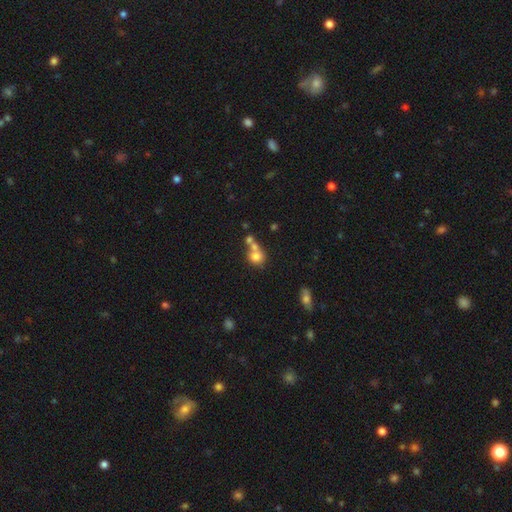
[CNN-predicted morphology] smooth 73%, featured or disk 15%, star or artifact 12%. Down the decision tree: how rounded — round (77%); merging — merger (49%).